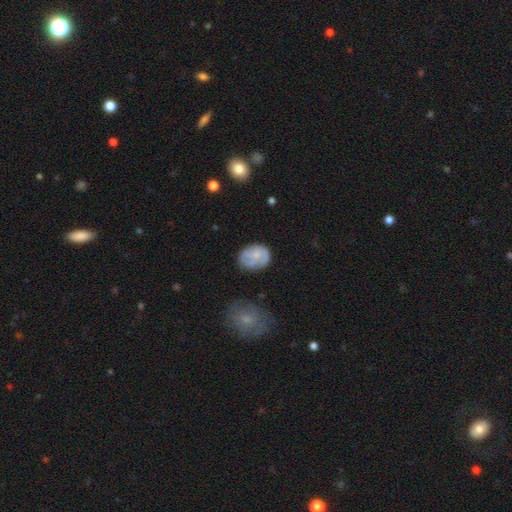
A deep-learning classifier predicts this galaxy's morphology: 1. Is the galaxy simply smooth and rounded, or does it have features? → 53% smooth, 40% featured or disk, 7% star or artifact.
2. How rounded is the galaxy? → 67% in between, 32% round, 1% cigar-shaped.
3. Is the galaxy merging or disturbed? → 58% none, 28% minor disturbance, 11% major disturbance, 3% merger.